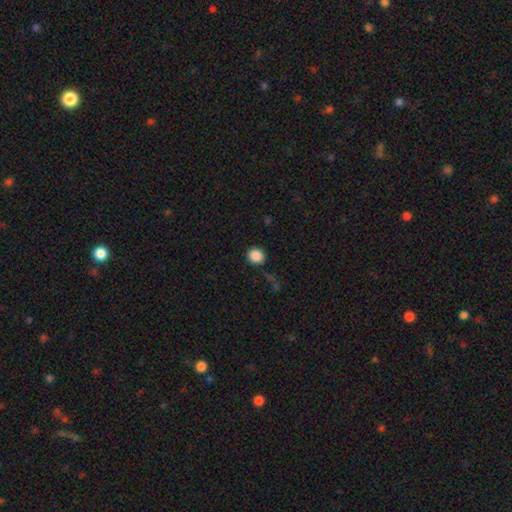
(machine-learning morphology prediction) smooth_or_featured: smooth (p=0.87) [alt: star or artifact p=0.09]
how_rounded: round (p=0.89) [alt: in between p=0.10]
merging: none (p=0.85) [alt: minor disturbance p=0.09]